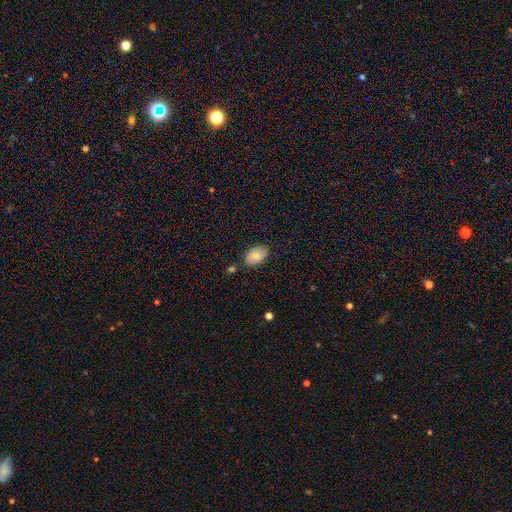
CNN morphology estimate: The model was most divided on "smooth or featured": smooth: 75%, featured or disk: 17%, star or artifact: 8%. More confident: how rounded — in between (90%); merging — none (80%).